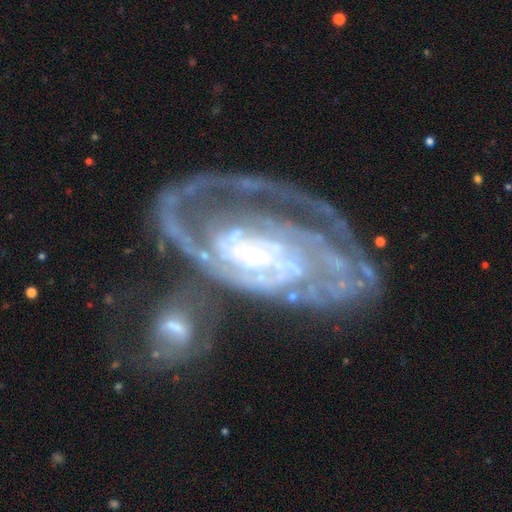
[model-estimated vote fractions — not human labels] smooth_or_featured: featured or disk (p=0.89) [alt: smooth p=0.06]
disk_edge_on: no (p=0.96) [alt: yes p=0.04]
bar: no (p=0.58) [alt: weak p=0.28]
has_spiral_arms: yes (p=0.94) [alt: no p=0.06]
spiral_winding: tight (p=0.62) [alt: medium p=0.29]
spiral_arm_count: can't tell (p=0.32) [alt: 2 p=0.29]
bulge_size: small (p=0.69) [alt: moderate p=0.23]
merging: none (p=0.32) [alt: merger p=0.29]